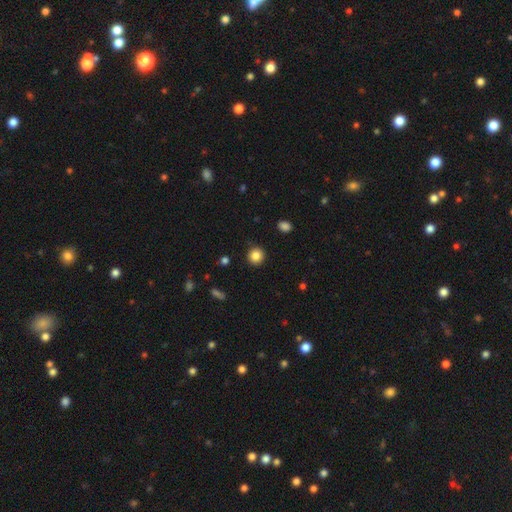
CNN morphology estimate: smooth 85%, star or artifact 10%, featured or disk 5%. Down the decision tree: how rounded — round (92%); merging — none (90%).